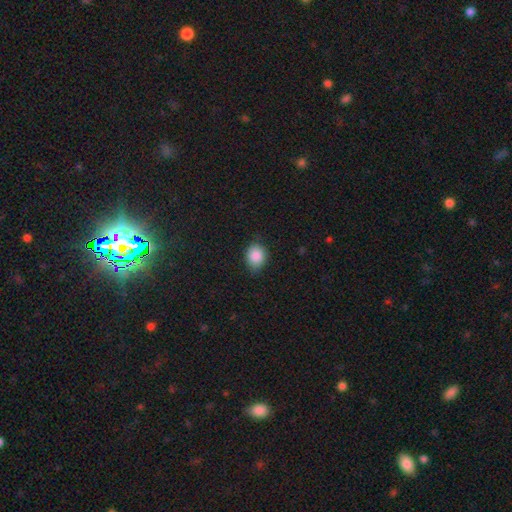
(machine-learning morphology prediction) The model was most divided on "how rounded": round: 53%, in between: 46%, cigar-shaped: 1%. More confident: smooth or featured — smooth (88%); merging — none (78%).